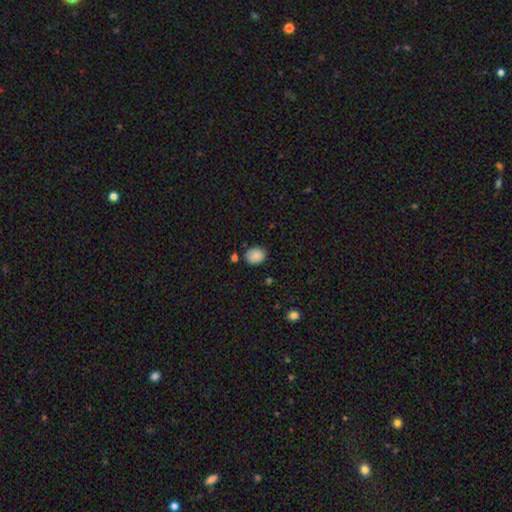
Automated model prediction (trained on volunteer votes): smooth_or_featured: smooth (p=0.87) [alt: star or artifact p=0.09]
how_rounded: in between (p=0.55) [alt: round p=0.44]
merging: none (p=0.80) [alt: minor disturbance p=0.12]